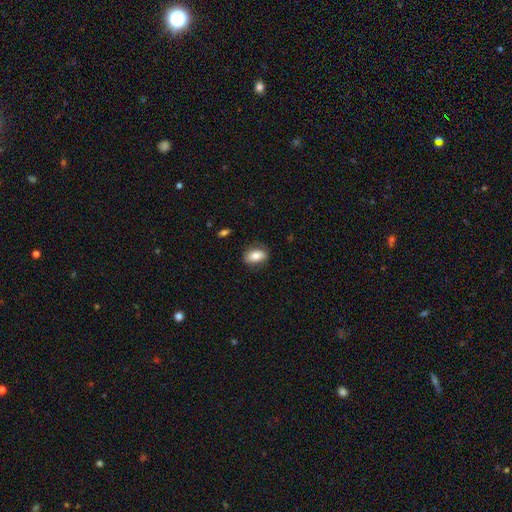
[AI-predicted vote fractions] Q: Smooth or featured?
A: smooth (77%); runner-up: featured or disk (16%)
Q: How rounded?
A: in between (85%); runner-up: round (12%)
Q: Merging?
A: none (81%); runner-up: minor disturbance (14%)